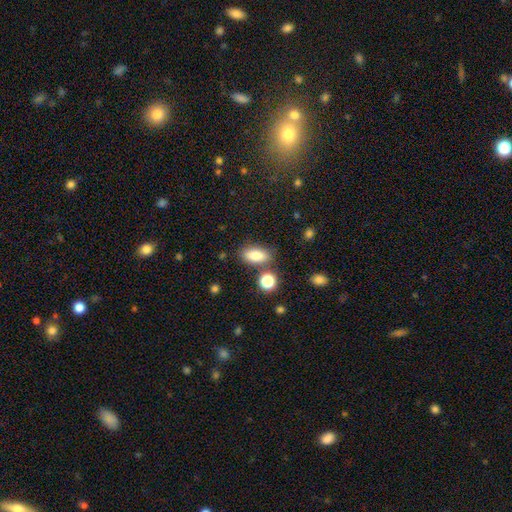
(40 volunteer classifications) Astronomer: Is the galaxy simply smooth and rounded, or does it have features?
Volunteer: smooth — 90%.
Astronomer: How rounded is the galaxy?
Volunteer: in between — 89%.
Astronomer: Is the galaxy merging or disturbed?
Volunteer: none — 85%.